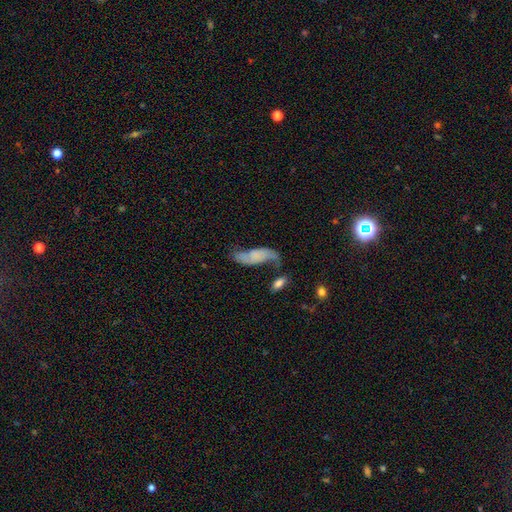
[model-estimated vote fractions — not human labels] This is possibly a featured or disk galaxy (48%). Merging: marginally none (44%).